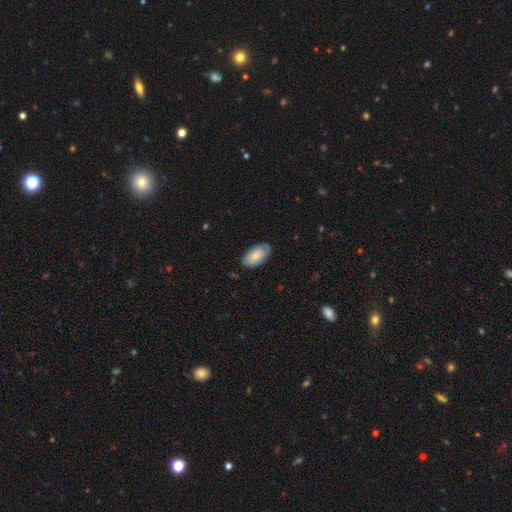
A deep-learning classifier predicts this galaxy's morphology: smooth-or-featured: smooth: 81% | featured or disk: 13% | star or artifact: 6%
  how-rounded: in between: 95% | round: 3% | cigar-shaped: 2%
  merging: none: 79% | minor disturbance: 17% | major disturbance: 3% | merger: 1%